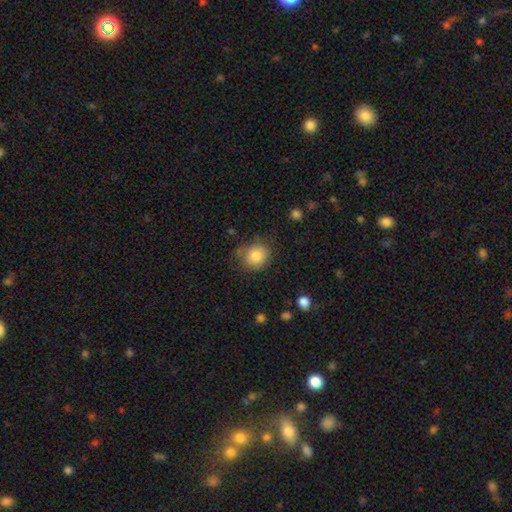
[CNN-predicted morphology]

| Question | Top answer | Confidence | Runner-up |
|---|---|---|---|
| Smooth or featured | smooth | 83% | star or artifact (9%) |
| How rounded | round | 81% | in between (18%) |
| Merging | none | 73% | minor disturbance (19%) |